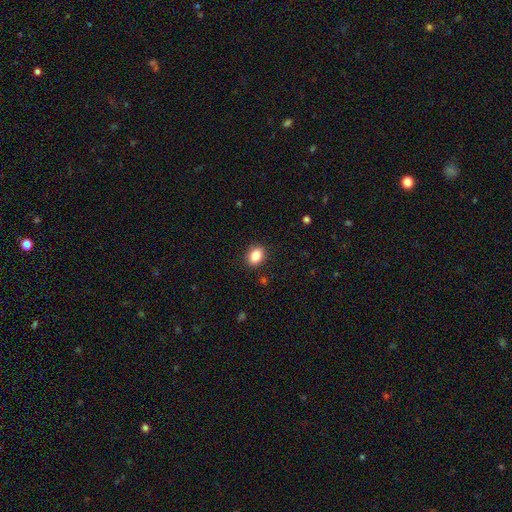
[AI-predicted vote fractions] The model was most divided on "how rounded": in between: 67%, round: 32%, cigar-shaped: 1%. More confident: merging — none (89%); smooth or featured — smooth (87%).